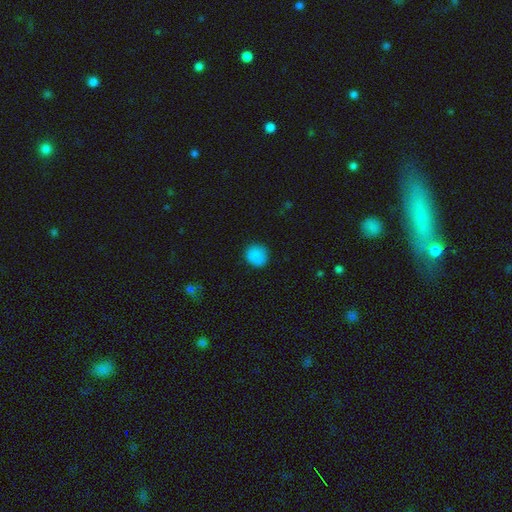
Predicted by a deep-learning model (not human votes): Smooth or featured? Predicted: smooth (p=0.86). How rounded? Predicted: round (p=0.91). Merging? Predicted: none (p=0.86).